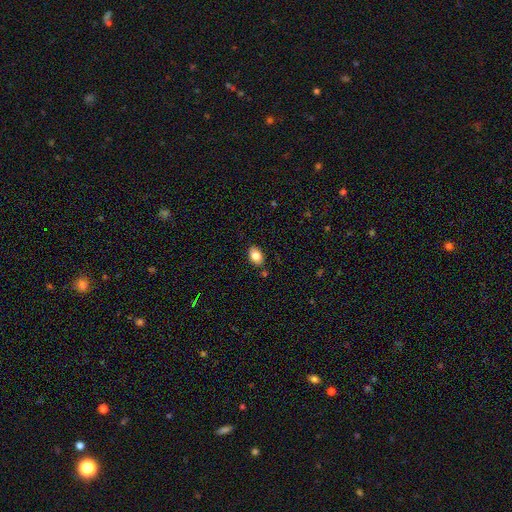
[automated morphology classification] smooth-or-featured: smooth: 84% | star or artifact: 9% | featured or disk: 8%
  how-rounded: in between: 84% | round: 14% | cigar-shaped: 1%
  merging: none: 84% | minor disturbance: 11% | merger: 3% | major disturbance: 2%